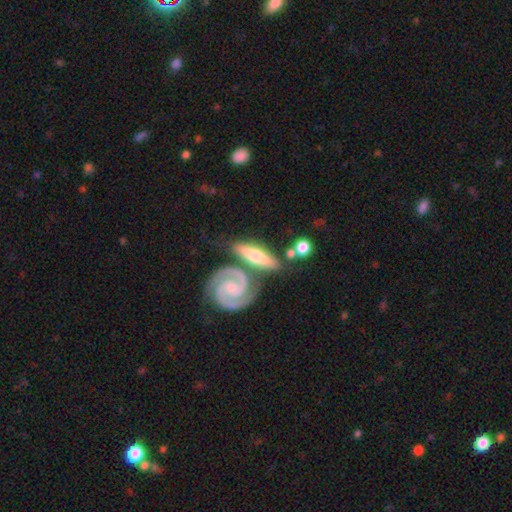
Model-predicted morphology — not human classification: This is likely a featured or disk galaxy (70%). It is likely not viewed edge-on (63%). Merging: likely none (60%).